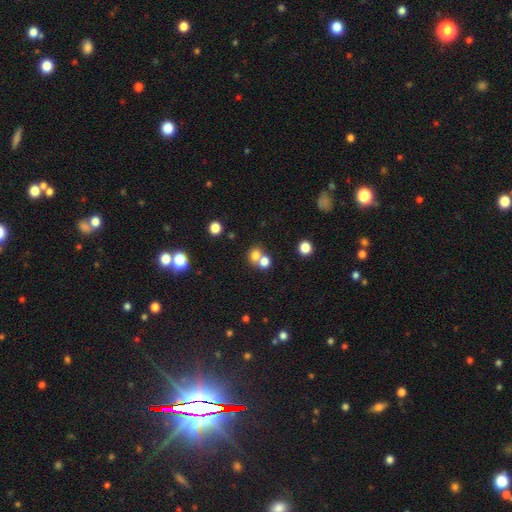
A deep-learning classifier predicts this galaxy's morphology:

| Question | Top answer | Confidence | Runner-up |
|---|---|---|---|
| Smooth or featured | smooth | 74% | star or artifact (15%) |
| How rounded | round | 70% | in between (29%) |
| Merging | merger | 51% | none (39%) |